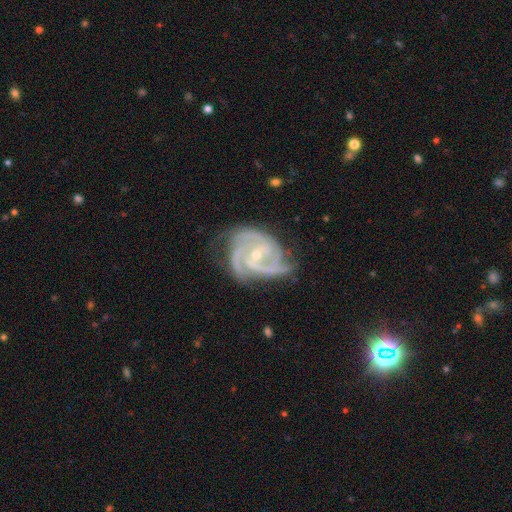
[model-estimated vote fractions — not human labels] Smooth or featured? Predicted: featured or disk (p=0.92). Edge-on disk? Predicted: no (p=0.98). Bar? Predicted: no (p=0.48). Spiral arms? Predicted: yes (p=0.98). Spiral winding? Predicted: tight (p=0.55). Spiral arm count? Predicted: 3 (p=0.55). Bulge size? Predicted: small (p=0.70). Merging? Predicted: none (p=0.60).